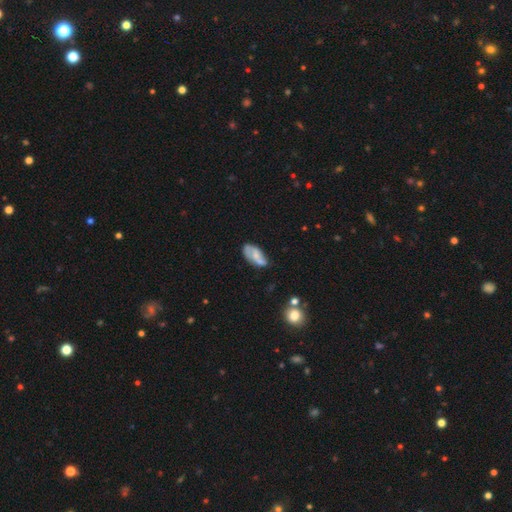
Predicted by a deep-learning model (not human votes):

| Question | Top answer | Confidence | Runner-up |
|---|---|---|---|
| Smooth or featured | smooth | 50% | featured or disk (43%) |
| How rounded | in between | 89% | cigar-shaped (7%) |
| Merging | none | 53% | minor disturbance (31%) |